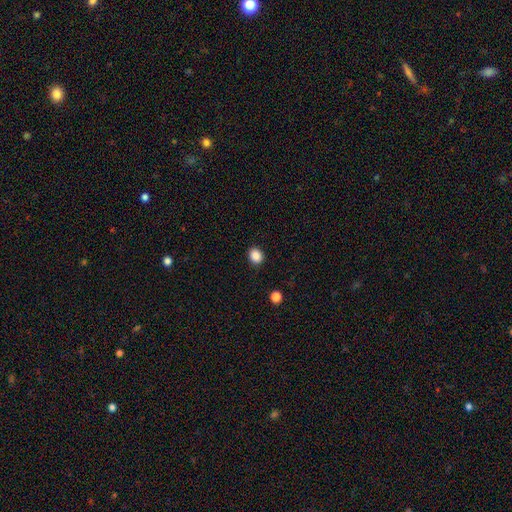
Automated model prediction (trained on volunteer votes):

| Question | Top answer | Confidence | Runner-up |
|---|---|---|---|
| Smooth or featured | smooth | 87% | star or artifact (10%) |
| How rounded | round | 65% | in between (34%) |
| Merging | none | 90% | minor disturbance (7%) |